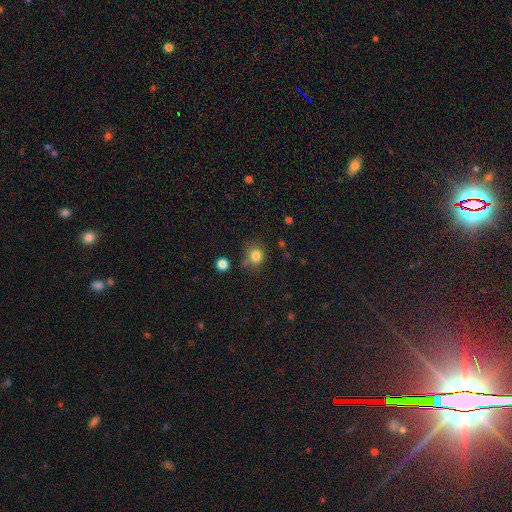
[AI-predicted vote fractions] smooth 82%, star or artifact 12%, featured or disk 6%. Down the decision tree: how rounded — round (80%); merging — none (65%).